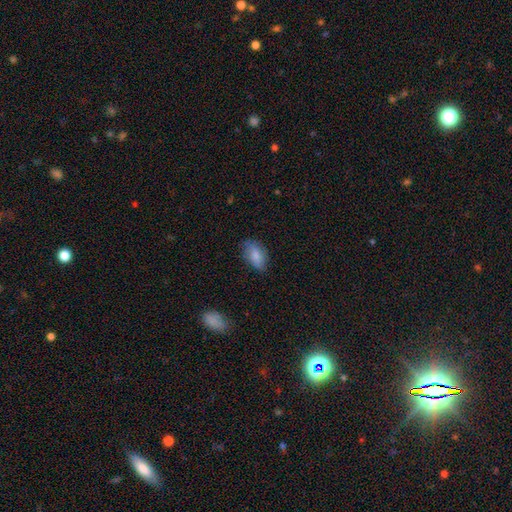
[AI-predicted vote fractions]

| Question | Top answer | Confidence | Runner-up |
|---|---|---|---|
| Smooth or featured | smooth | 80% | featured or disk (13%) |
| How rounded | in between | 91% | round (5%) |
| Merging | none | 69% | minor disturbance (24%) |